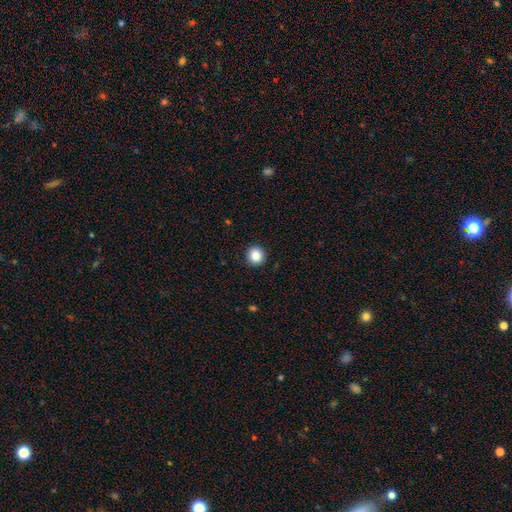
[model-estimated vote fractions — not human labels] Smooth or featured? Predicted: smooth (p=0.87). How rounded? Predicted: round (p=0.91). Merging? Predicted: none (p=0.92).